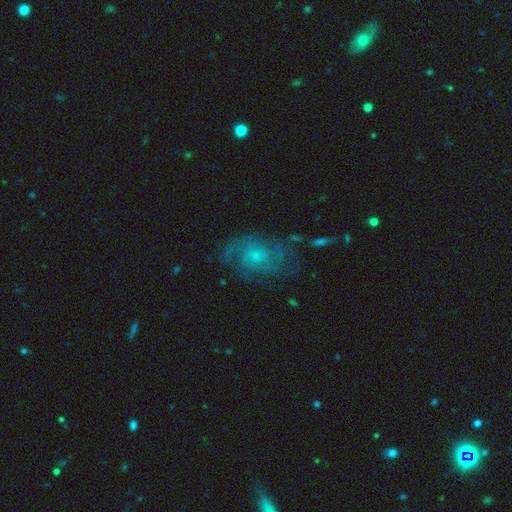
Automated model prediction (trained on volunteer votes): Morphology: type=featured or disk (73%); edge-on=no (97%); bar=no (75%); spiral arms=yes (91%); winding=medium (43%); arm count=can't tell (35%); bulge=small (64%); merging=none (68%).